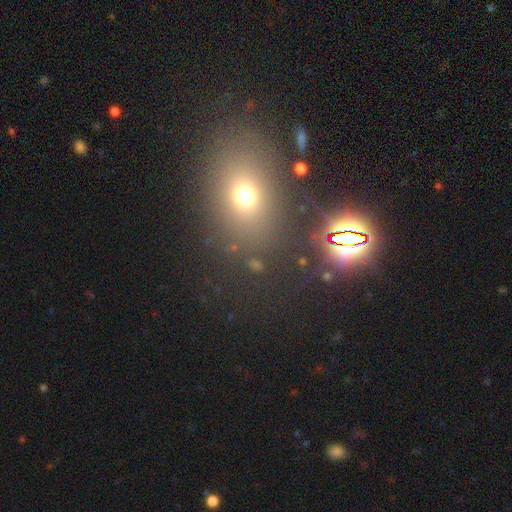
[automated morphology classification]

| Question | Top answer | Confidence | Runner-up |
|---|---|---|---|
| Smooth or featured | smooth | 55% | star or artifact (32%) |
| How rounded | in between | 59% | round (39%) |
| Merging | none | 80% | minor disturbance (9%) |